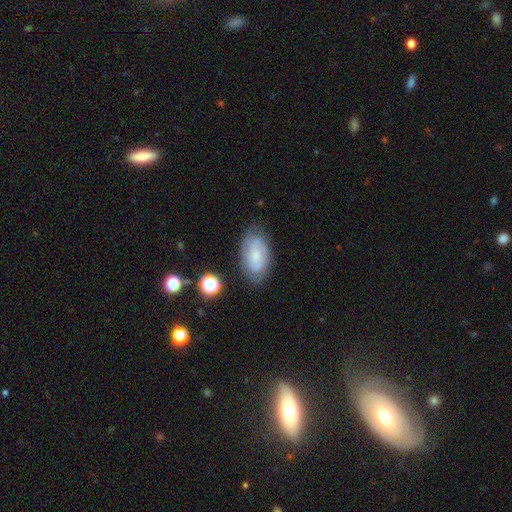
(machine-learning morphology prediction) smooth-or-featured: smooth: 50% | featured or disk: 41% | star or artifact: 9%
  how-rounded: in between: 92% | round: 5% | cigar-shaped: 2%
  merging: none: 74% | minor disturbance: 19% | major disturbance: 6% | merger: 2%